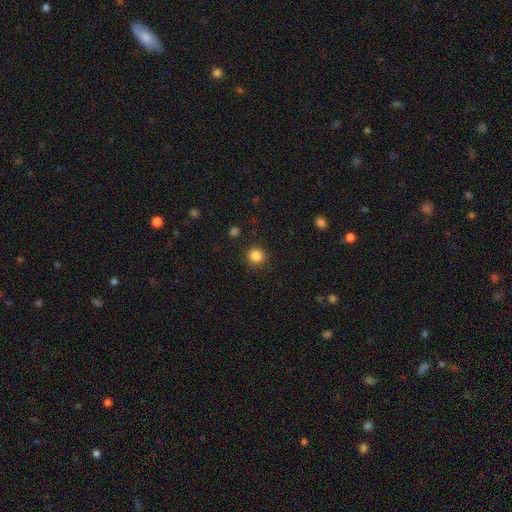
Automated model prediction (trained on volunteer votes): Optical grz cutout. It shows a smooth galaxy with no disk features (85%) that is round (95%). Merging: none (90%).